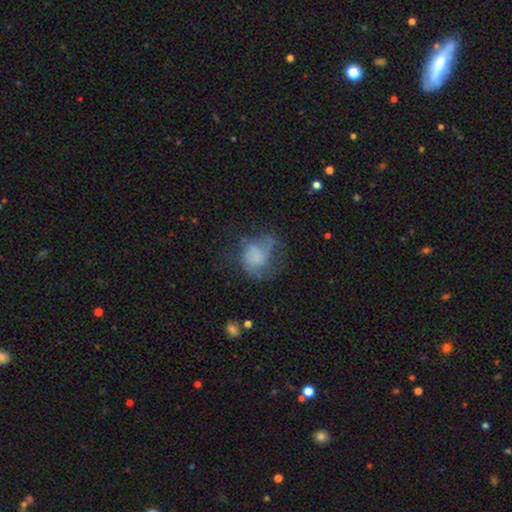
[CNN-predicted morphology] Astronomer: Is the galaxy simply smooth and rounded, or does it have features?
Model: smooth — 47% (runner-up: featured or disk, 42%).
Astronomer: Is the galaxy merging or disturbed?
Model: major disturbance — 39% (runner-up: none, 34%).